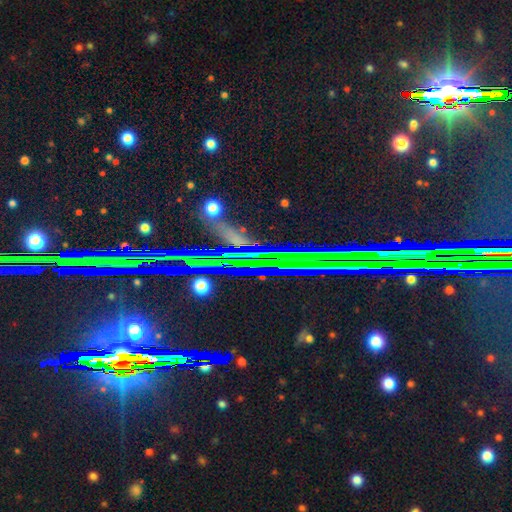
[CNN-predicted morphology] This appears to be a star or artifact, not a galaxy (80%).